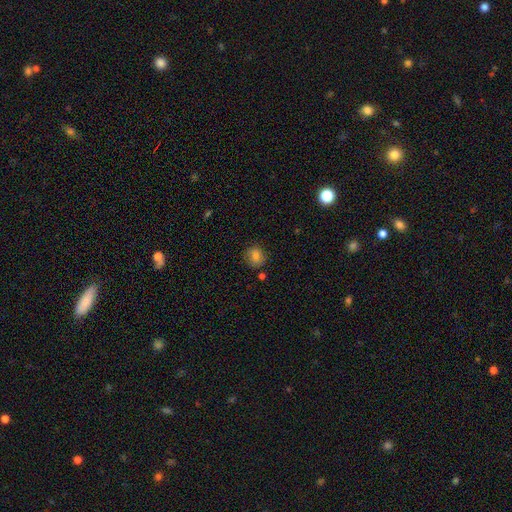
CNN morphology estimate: Q: Smooth or featured?
A: smooth (81%); runner-up: star or artifact (11%)
Q: How rounded?
A: round (83%); runner-up: in between (16%)
Q: Merging?
A: none (81%); runner-up: minor disturbance (13%)